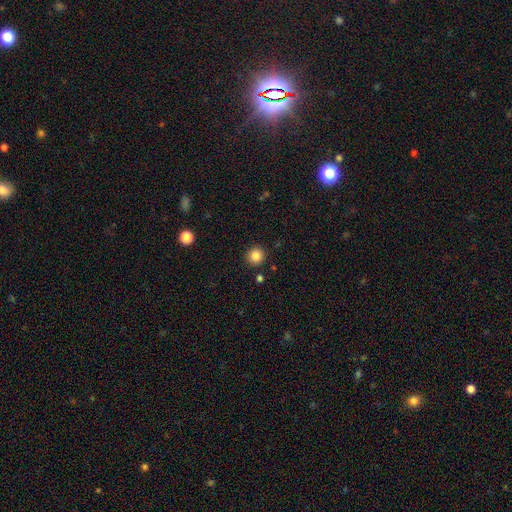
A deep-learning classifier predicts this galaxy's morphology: Smooth or featured: smooth — 85% (star or artifact — 11%)
How rounded: round — 94% (in between — 5%)
Merging: none — 90% (minor disturbance — 6%)